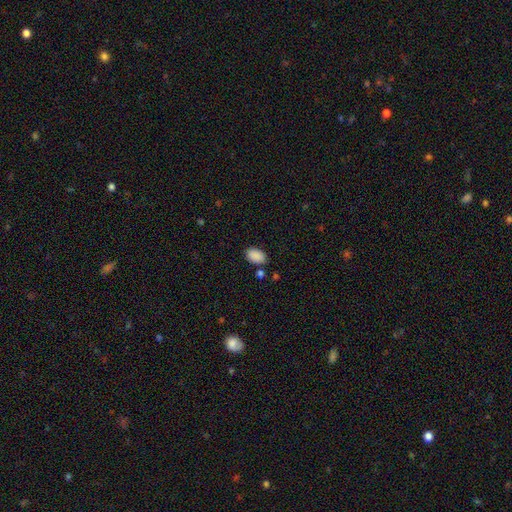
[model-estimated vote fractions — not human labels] Smooth or featured? Predicted: smooth (p=0.89). How rounded? Predicted: in between (p=0.90). Merging? Predicted: none (p=0.81).